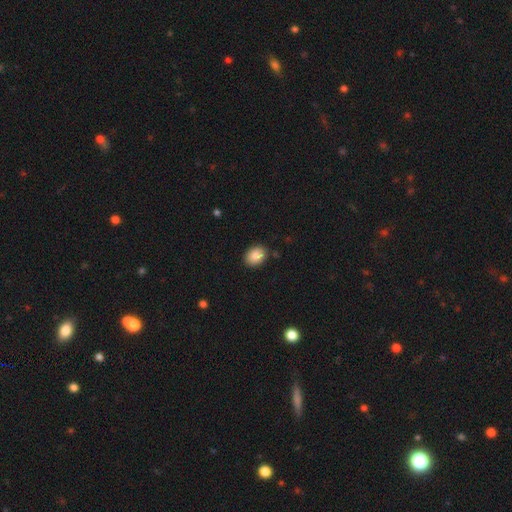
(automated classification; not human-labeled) smooth-or-featured: smooth: 88% | star or artifact: 8% | featured or disk: 4%
  how-rounded: in between: 70% | round: 29% | cigar-shaped: 1%
  merging: none: 86% | minor disturbance: 10% | major disturbance: 2% | merger: 1%